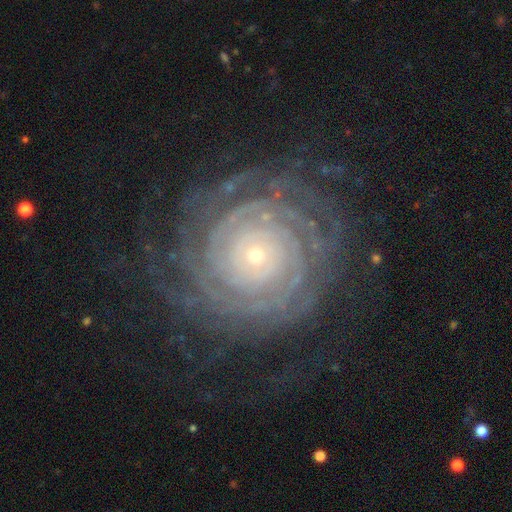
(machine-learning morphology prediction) Smooth or featured?
  - featured or disk: 88% *
  - star or artifact: 7%
  - smooth: 5%
Edge-on disk?
  - no: 97% *
  - yes: 3%
Bar?
  - no: 83% *
  - weak: 11%
  - strong: 6%
Spiral arms?
  - yes: 98% *
  - no: 2%
Spiral winding?
  - tight: 89% *
  - medium: 9%
  - loose: 2%
Spiral arm count?
  - more than 4: 28% *
  - can't tell: 25%
  - 4: 14%
  - 2: 14%
  - 3: 11%
  - 1: 8%
Bulge size?
  - small: 75% *
  - moderate: 21%
  - large: 2%
  - dominant: 1%
  - none: 1%
Merging?
  - none: 79% *
  - minor disturbance: 13%
  - major disturbance: 7%
  - merger: 1%